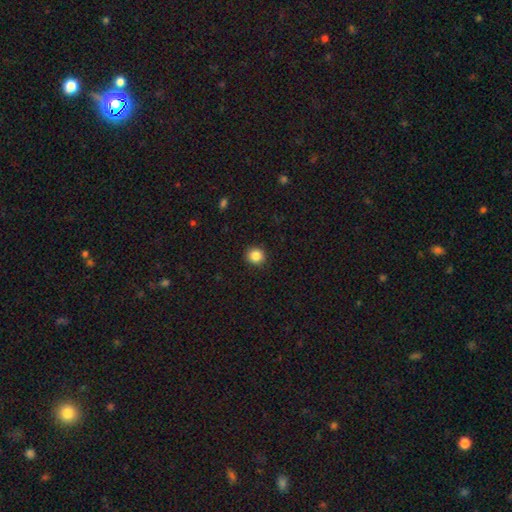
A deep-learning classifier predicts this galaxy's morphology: A smooth galaxy with no disk features (86%) that is round (90%).

Vote fractions:
- Smooth or featured? smooth: 86% / star or artifact: 10% / featured or disk: 4%
- How rounded? round: 90% / in between: 9% / cigar-shaped: 1%
- Merging? none: 92% / minor disturbance: 5% / major disturbance: 2% / merger: 1%